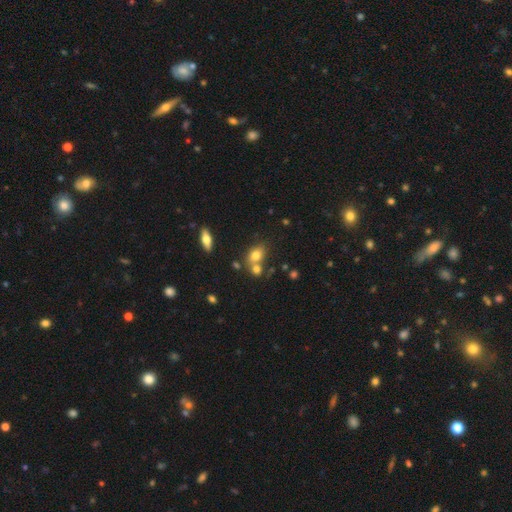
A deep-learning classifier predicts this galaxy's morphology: A smooth galaxy with no disk features (74%) that is in between round and cigar-shaped (66%). Merging: none (48%).